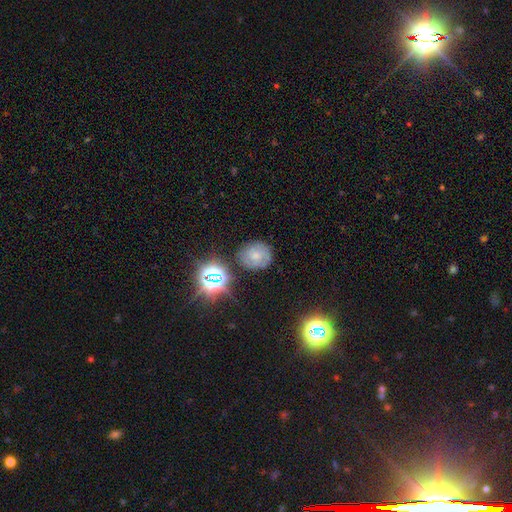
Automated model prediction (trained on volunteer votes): Overall: smooth (44%; featured or disk 35%). Merging: none (76%).